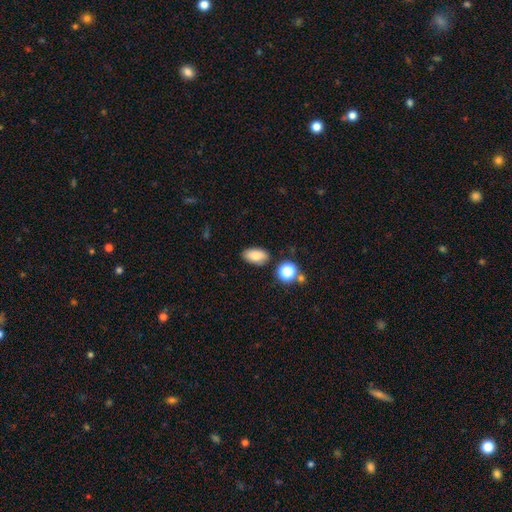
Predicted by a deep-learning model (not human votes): The model was most divided on "merging": none: 83%, minor disturbance: 11%, merger: 4%, major disturbance: 3%. More confident: how rounded — in between (90%); smooth or featured — smooth (83%).